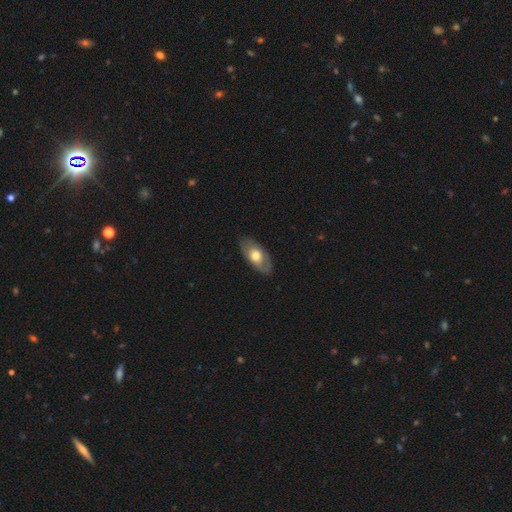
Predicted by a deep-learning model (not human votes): Smooth or featured?
  - smooth: 56% *
  - featured or disk: 39%
  - star or artifact: 5%
How rounded?
  - in between: 90% *
  - cigar-shaped: 5%
  - round: 4%
Merging?
  - none: 81% *
  - minor disturbance: 15%
  - major disturbance: 3%
  - merger: 1%